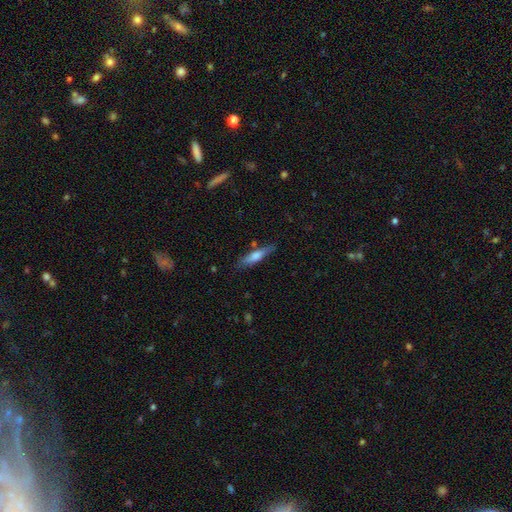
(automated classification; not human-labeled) Smooth or featured: smooth — 62% (featured or disk — 32%)
How rounded: cigar-shaped — 77% (in between — 22%)
Merging: none — 77% (minor disturbance — 16%)